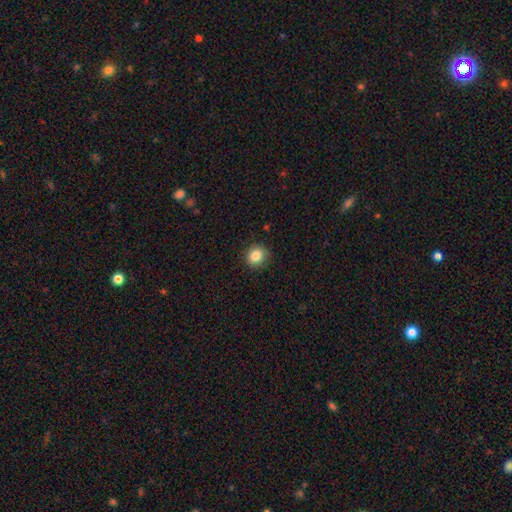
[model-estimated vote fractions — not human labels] smooth_or_featured: smooth (p=0.85) [alt: star or artifact p=0.10]
how_rounded: round (p=0.82) [alt: in between p=0.17]
merging: none (p=0.88) [alt: minor disturbance p=0.08]